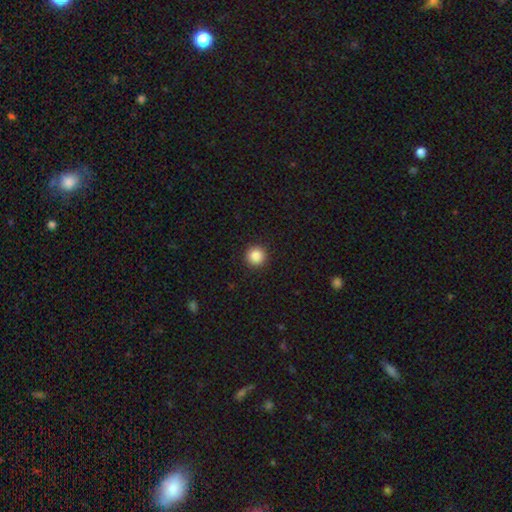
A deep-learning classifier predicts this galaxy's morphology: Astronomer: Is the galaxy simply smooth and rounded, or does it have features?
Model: smooth — 87%.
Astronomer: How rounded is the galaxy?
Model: round — 96%.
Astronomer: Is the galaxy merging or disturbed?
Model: none — 93%.